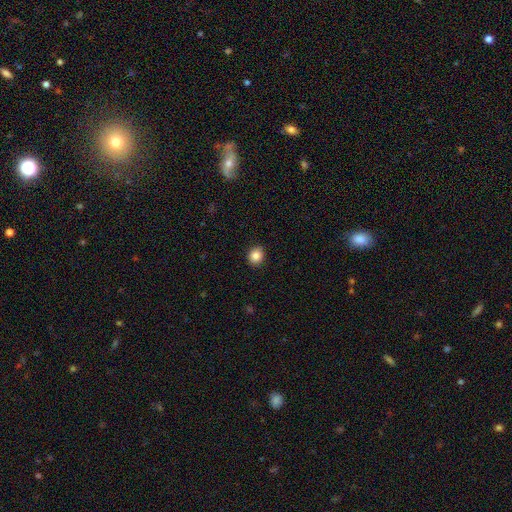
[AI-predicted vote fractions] Smooth or featured: smooth — 86% (star or artifact — 10%)
How rounded: round — 73% (in between — 26%)
Merging: none — 90% (minor disturbance — 8%)